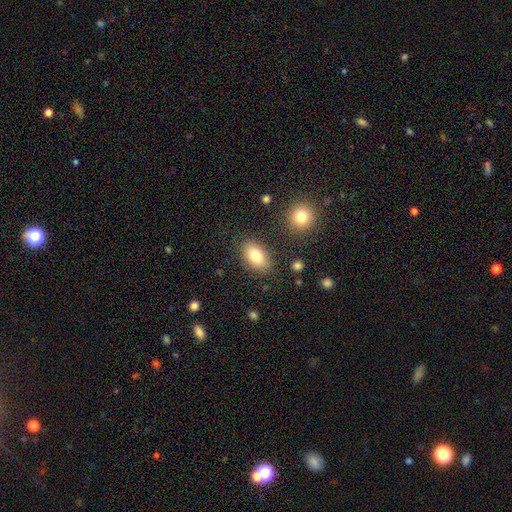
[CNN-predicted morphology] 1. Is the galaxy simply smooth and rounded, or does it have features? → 79% smooth, 13% featured or disk, 8% star or artifact.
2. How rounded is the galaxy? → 90% in between, 8% round, 2% cigar-shaped.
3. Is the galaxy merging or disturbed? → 83% none, 11% minor disturbance, 3% major disturbance, 3% merger.